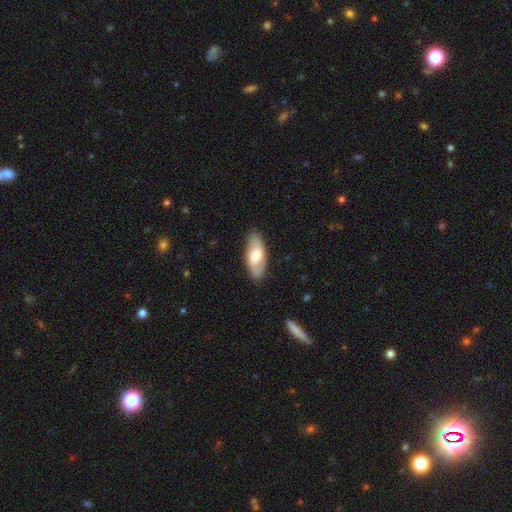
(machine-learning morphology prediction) Overall: smooth (60%; featured or disk 35%). How rounded: in between (81%). Merging: none (86%).